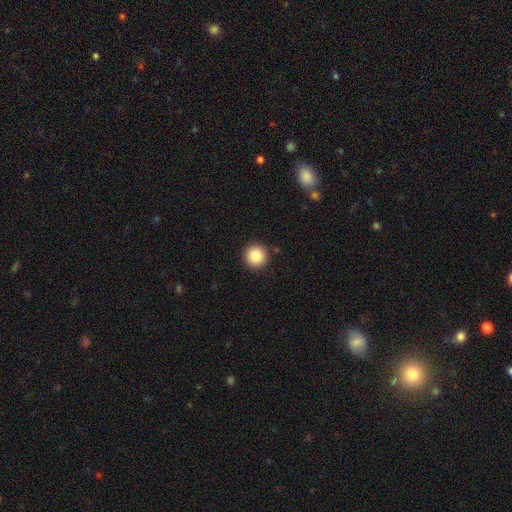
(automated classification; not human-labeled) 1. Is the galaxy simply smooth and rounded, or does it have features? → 86% smooth, 9% star or artifact, 5% featured or disk.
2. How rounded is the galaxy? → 96% round, 3% in between, 1% cigar-shaped.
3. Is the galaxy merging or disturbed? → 91% none, 6% minor disturbance, 2% major disturbance, 1% merger.